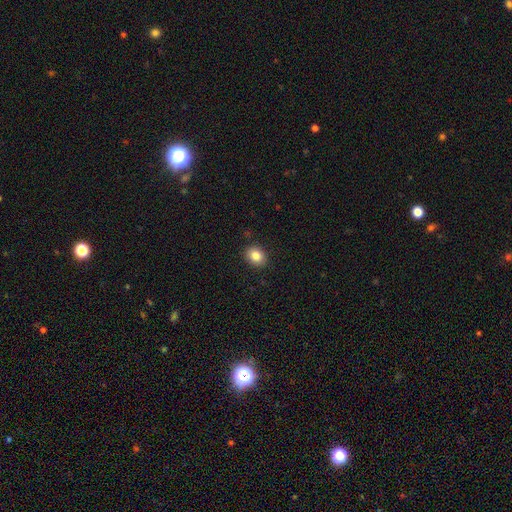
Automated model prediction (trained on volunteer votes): Overall: smooth (83%). How rounded: in between (50%; round 49%). Merging: none (89%).